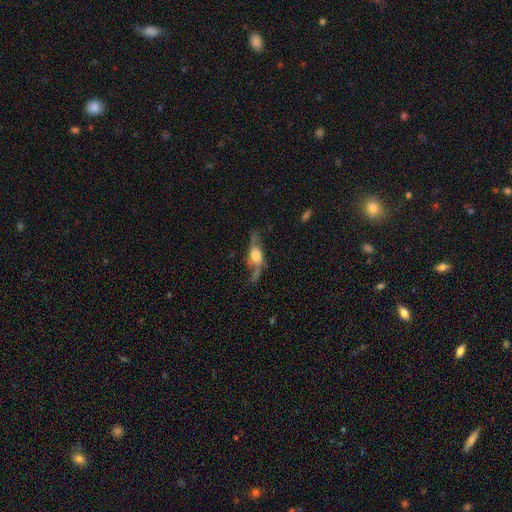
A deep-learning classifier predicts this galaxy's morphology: featured or disk 71%, smooth 21%, star or artifact 7%. Down the decision tree: edge-on disk — no (67%); merging — none (60%).